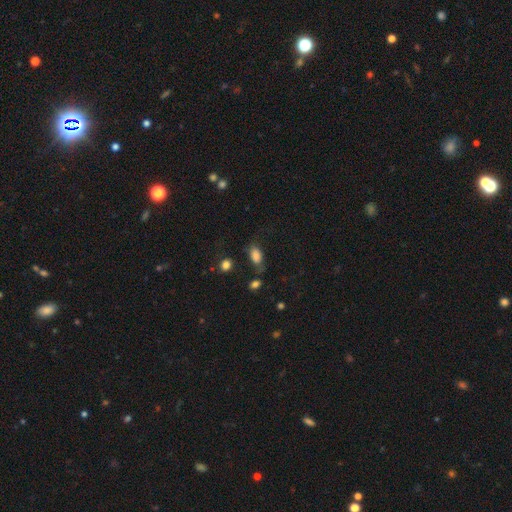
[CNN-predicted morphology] A smooth galaxy with no disk features (81%) that is in between round and cigar-shaped (88%).

Vote fractions:
- Smooth or featured? smooth: 81% / star or artifact: 11% / featured or disk: 9%
- How rounded? in between: 88% / round: 8% / cigar-shaped: 4%
- Merging? none: 57% / minor disturbance: 23% / major disturbance: 13% / merger: 6%